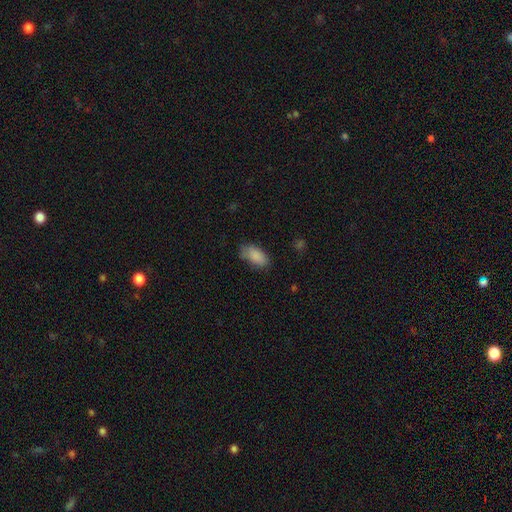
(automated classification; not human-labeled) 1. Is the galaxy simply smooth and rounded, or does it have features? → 87% smooth, 8% star or artifact, 5% featured or disk.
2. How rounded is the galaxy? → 93% in between, 4% cigar-shaped, 4% round.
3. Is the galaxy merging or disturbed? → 67% none, 25% minor disturbance, 6% major disturbance, 2% merger.